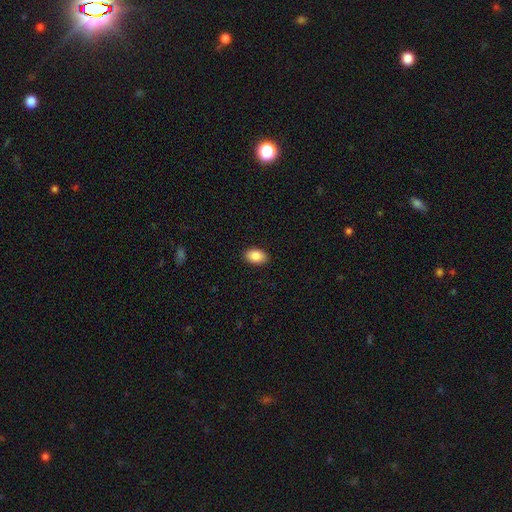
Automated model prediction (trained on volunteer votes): A smooth galaxy with no disk features (88%) that is in between round and cigar-shaped (89%). Merging: none (90%).